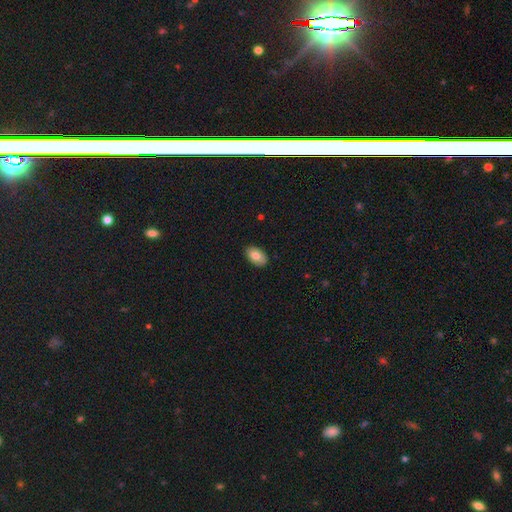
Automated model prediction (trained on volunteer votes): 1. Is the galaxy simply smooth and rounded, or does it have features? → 80% smooth, 13% featured or disk, 7% star or artifact.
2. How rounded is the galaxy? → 91% in between, 7% round, 1% cigar-shaped.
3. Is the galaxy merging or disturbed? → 88% none, 10% minor disturbance, 2% major disturbance, 1% merger.